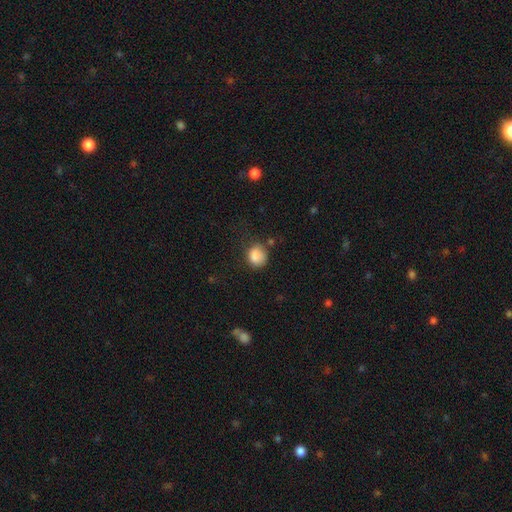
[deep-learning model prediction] Smooth or featured: smooth — 85% (star or artifact — 10%)
How rounded: round — 64% (in between — 35%)
Merging: none — 63% (minor disturbance — 24%)